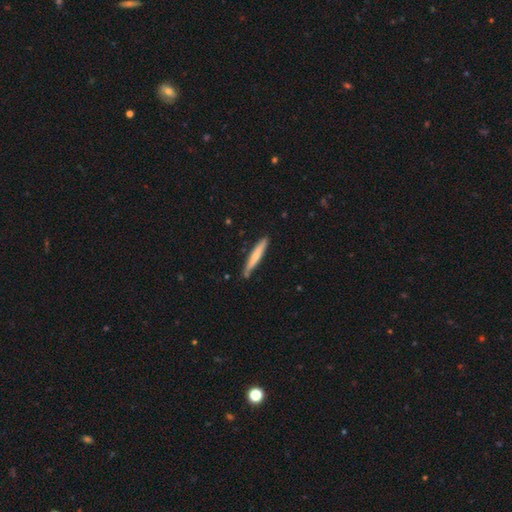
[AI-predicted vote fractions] This appears to be a smooth galaxy with no disk features (62%) that is cigar-shaped (95%). Merging: none (83%).